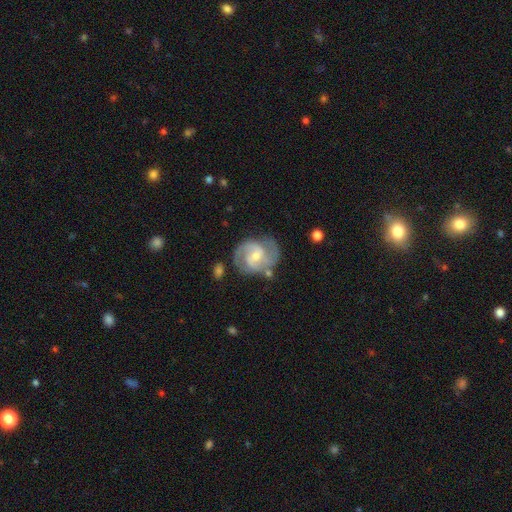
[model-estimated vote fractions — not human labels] Smooth or featured? featured or disk (83%)
Edge-on disk? no (98%)
Bar? weak (48%)
Spiral arms? yes (96%)
Spiral winding? medium (55%)
Spiral arm count? 2 (75%)
Bulge size? small (55%)
Merging? none (68%)